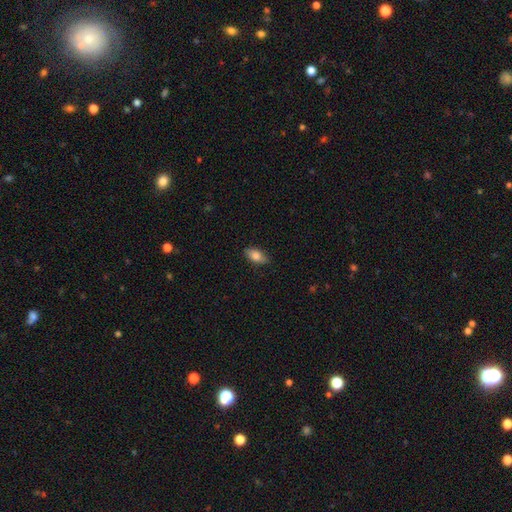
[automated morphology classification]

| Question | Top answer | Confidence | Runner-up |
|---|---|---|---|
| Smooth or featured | smooth | 82% | featured or disk (11%) |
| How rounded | in between | 89% | cigar-shaped (6%) |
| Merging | none | 85% | minor disturbance (12%) |